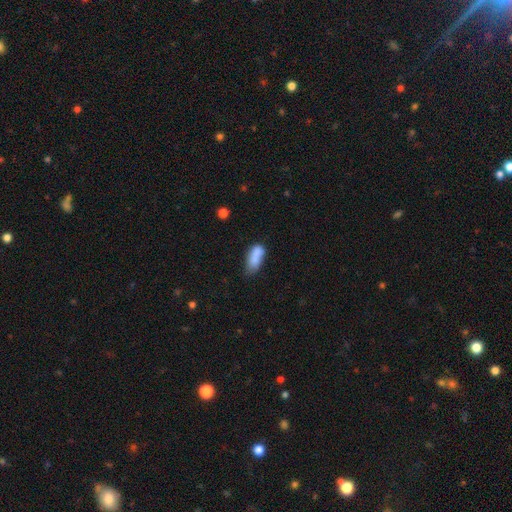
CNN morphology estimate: type=smooth (80%); roundness=in between (83%); merging=none (39%).